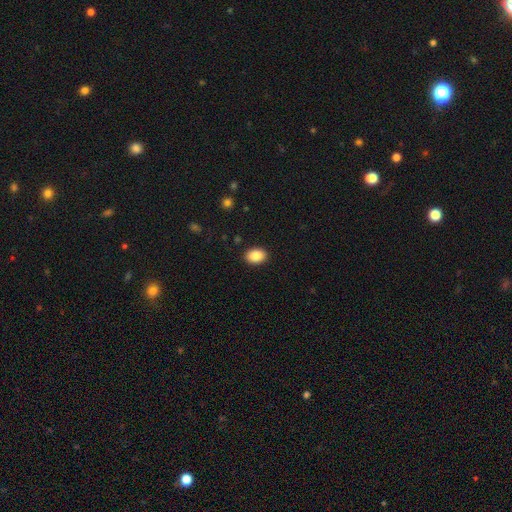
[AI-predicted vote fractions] A smooth galaxy with no disk features (88%) that is in between round and cigar-shaped (77%). Merging: none (90%).